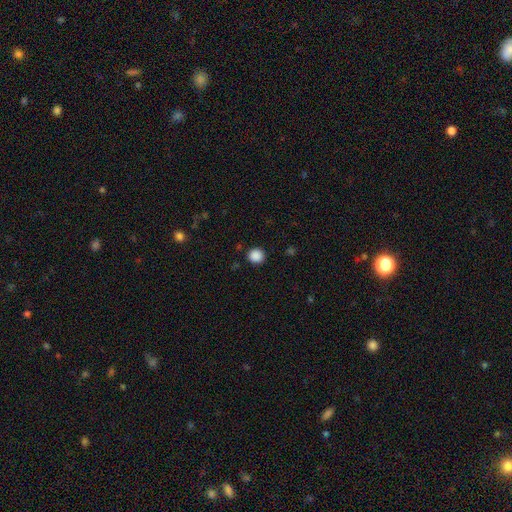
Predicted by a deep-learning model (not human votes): smooth-or-featured: smooth: 88% | star or artifact: 10% | featured or disk: 2%
  how-rounded: round: 90% | in between: 9% | cigar-shaped: 1%
  merging: none: 90% | minor disturbance: 6% | major disturbance: 2% | merger: 1%